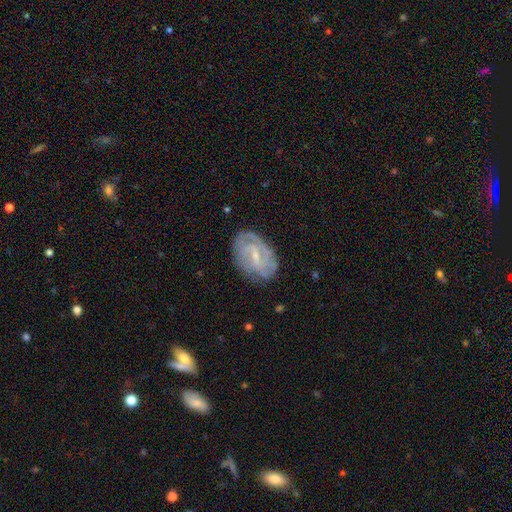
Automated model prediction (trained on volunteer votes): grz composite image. It shows a featured or disk galaxy (79%) with a weak bar (57%), 2 (36%) tight (54%) spiral arms (92%) and a small central bulge (67%). Merging: none (75%).